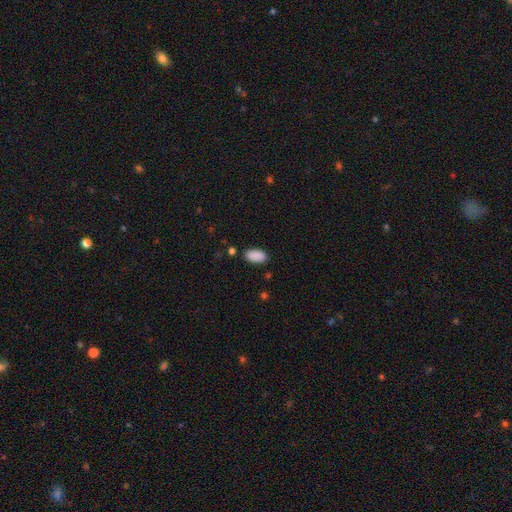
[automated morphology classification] The model was most divided on "merging": none: 85%, minor disturbance: 10%, major disturbance: 3%, merger: 3%. More confident: how rounded — in between (95%); smooth or featured — smooth (90%).